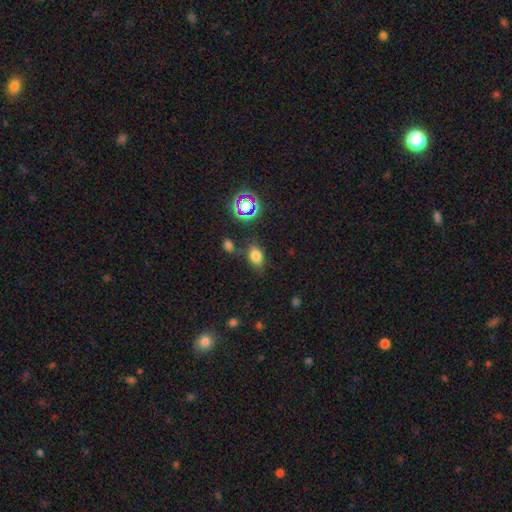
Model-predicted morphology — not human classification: smooth_or_featured: smooth (p=0.72) [alt: star or artifact p=0.19]
how_rounded: in between (p=0.78) [alt: round p=0.20]
merging: none (p=0.72) [alt: minor disturbance p=0.16]